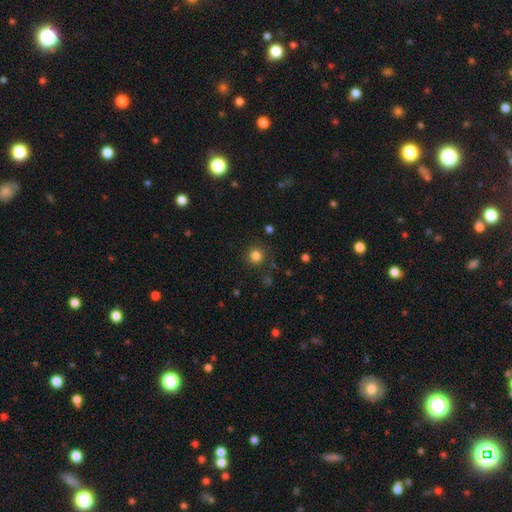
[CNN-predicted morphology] smooth-or-featured: smooth: 82% | star or artifact: 14% | featured or disk: 4%
  how-rounded: round: 94% | in between: 5% | cigar-shaped: 1%
  merging: none: 88% | minor disturbance: 7% | major disturbance: 3% | merger: 2%